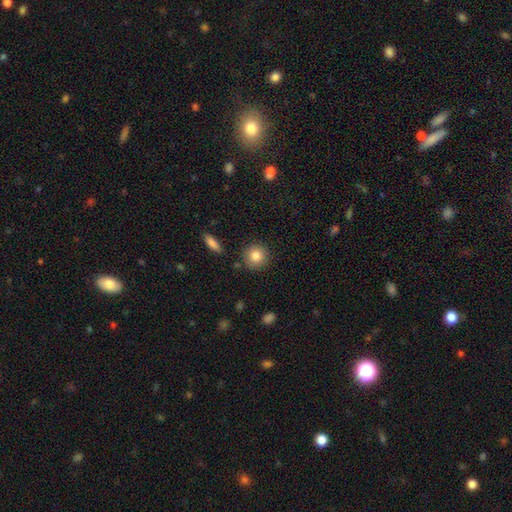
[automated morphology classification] This is clearly a smooth galaxy (83%). How rounded: clearly round (92%). Merging: clearly none (88%).